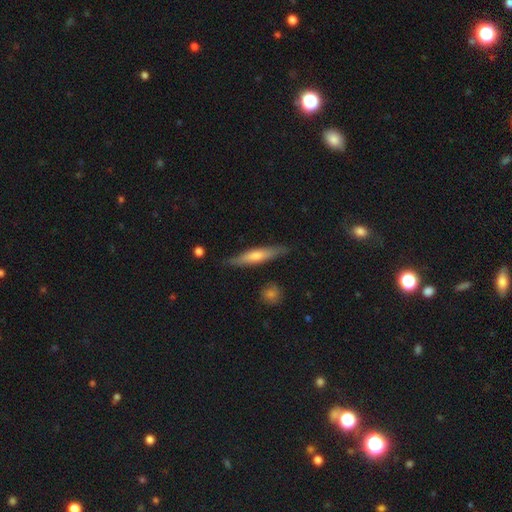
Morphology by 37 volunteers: Q: Smooth or featured?
A: featured or disk (54%); runner-up: smooth (38%)
Q: Edge-on disk?
A: yes (95%); runner-up: no (5%)
Q: Edge-on bulge?
A: rounded (84%); runner-up: boxy (11%)
Q: Merging?
A: none (88%); runner-up: minor disturbance (9%)